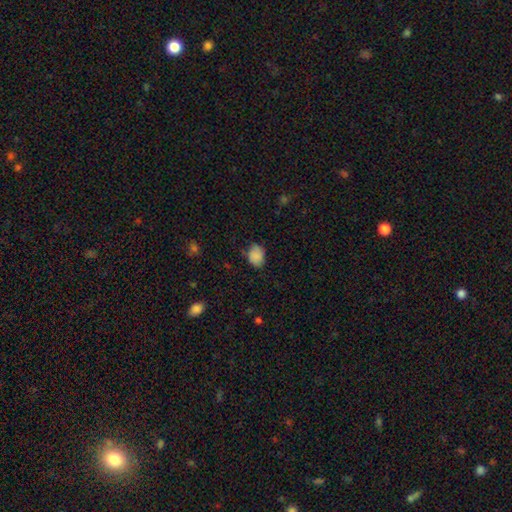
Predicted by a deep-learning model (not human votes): Overall: smooth (85%). How rounded: in between (57%; round 42%). Merging: none (67%).